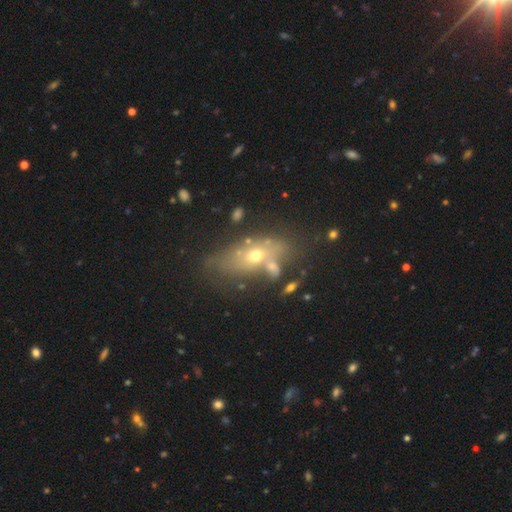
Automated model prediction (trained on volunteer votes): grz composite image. It shows a smooth galaxy with no disk features (49%). Merging: none (41%).